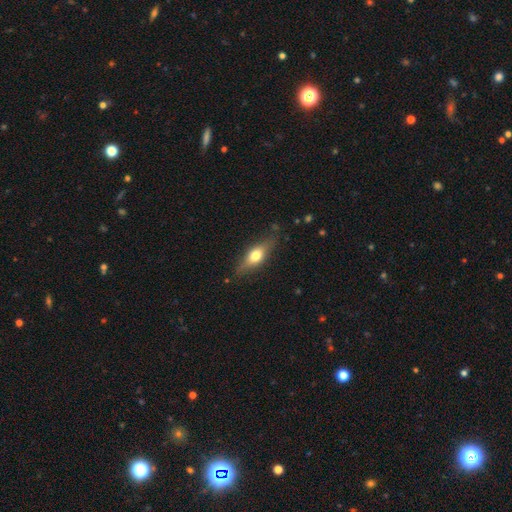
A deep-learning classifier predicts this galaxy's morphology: Q: Smooth or featured?
A: smooth (57%); runner-up: featured or disk (36%)
Q: How rounded?
A: in between (57%); runner-up: cigar-shaped (38%)
Q: Merging?
A: none (80%); runner-up: minor disturbance (15%)